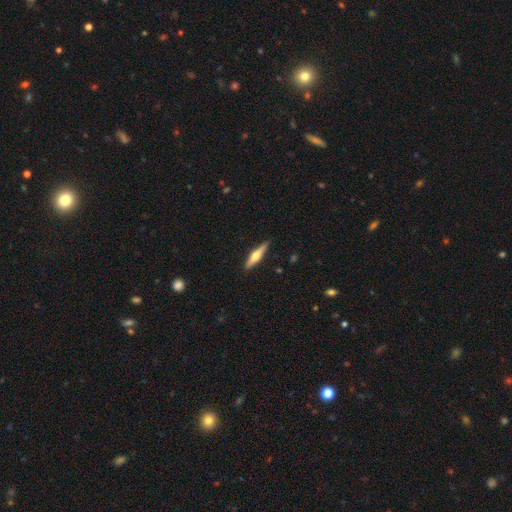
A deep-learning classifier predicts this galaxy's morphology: A featured or disk galaxy (57%) viewed edge-on (96%) with a rounded central bulge (90%). Merging: none (89%).